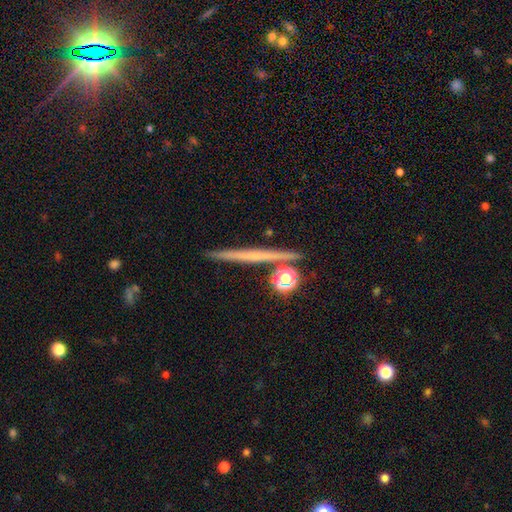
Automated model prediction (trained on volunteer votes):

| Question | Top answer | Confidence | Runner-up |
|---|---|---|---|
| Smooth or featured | featured or disk | 53% | smooth (37%) |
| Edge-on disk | yes | 96% | no (4%) |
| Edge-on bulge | none | 85% | rounded (11%) |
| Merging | none | 87% | minor disturbance (7%) |